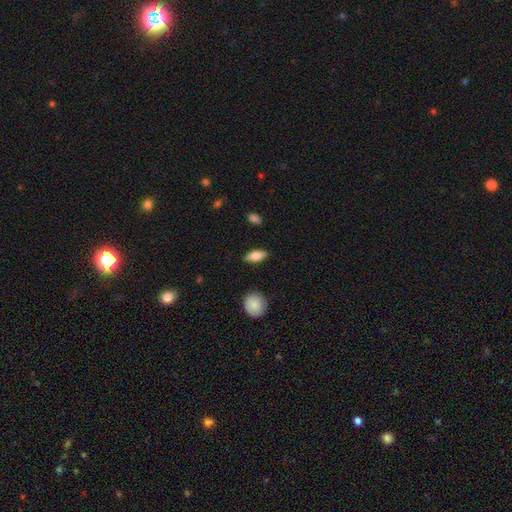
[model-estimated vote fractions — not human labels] This is likely a smooth galaxy (73%). How rounded: likely in between (79%). Merging: clearly none (87%).